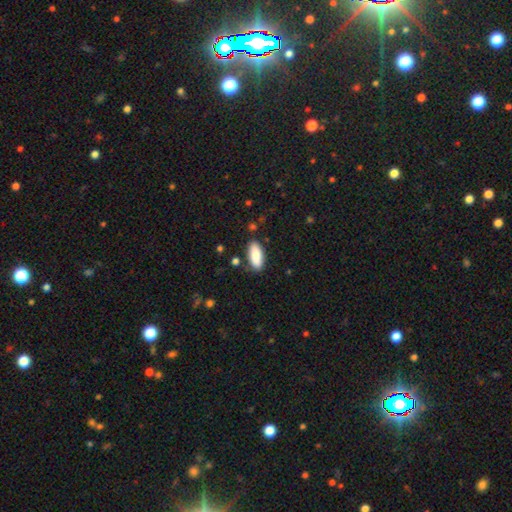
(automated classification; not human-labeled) smooth-or-featured: smooth: 86% | featured or disk: 8% | star or artifact: 6%
  how-rounded: in between: 83% | cigar-shaped: 15% | round: 2%
  merging: none: 84% | minor disturbance: 11% | merger: 3% | major disturbance: 2%